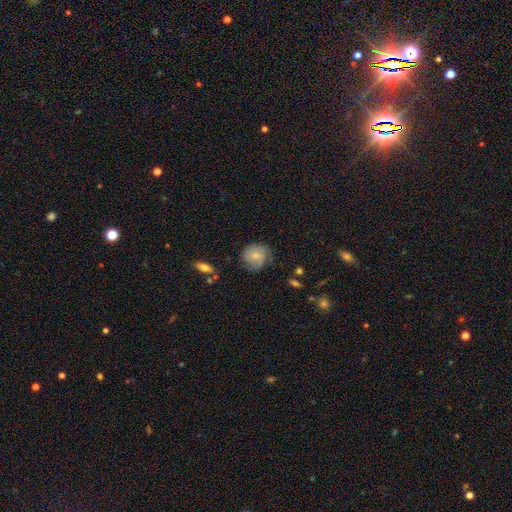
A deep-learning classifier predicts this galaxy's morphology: Smooth or featured?
  - smooth: 63% *
  - featured or disk: 30%
  - star or artifact: 8%
How rounded?
  - round: 80% *
  - in between: 19%
  - cigar-shaped: 1%
Merging?
  - none: 68% *
  - minor disturbance: 23%
  - major disturbance: 7%
  - merger: 2%